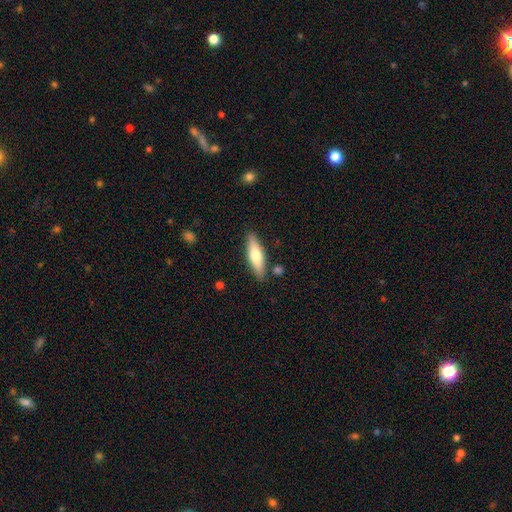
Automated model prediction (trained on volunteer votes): A smooth galaxy with no disk features (63%) that is cigar-shaped (56%).

Vote fractions:
- Smooth or featured? smooth: 63% / featured or disk: 31% / star or artifact: 6%
- How rounded? cigar-shaped: 56% / in between: 42% / round: 2%
- Merging? none: 84% / minor disturbance: 11% / merger: 3% / major disturbance: 2%